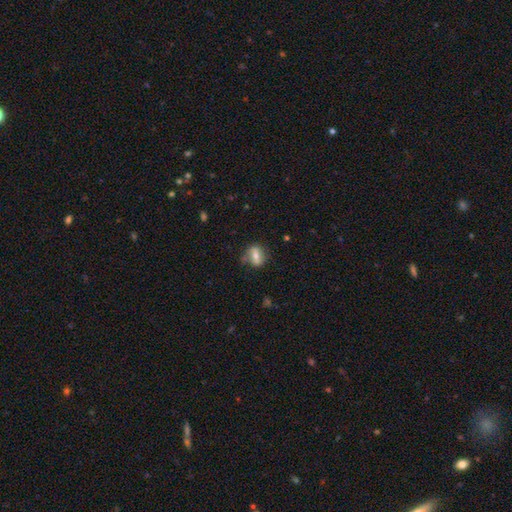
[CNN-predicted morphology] Smooth or featured? Predicted: smooth (p=0.52). How rounded? Predicted: in between (p=0.52). Merging? Predicted: none (p=0.73).